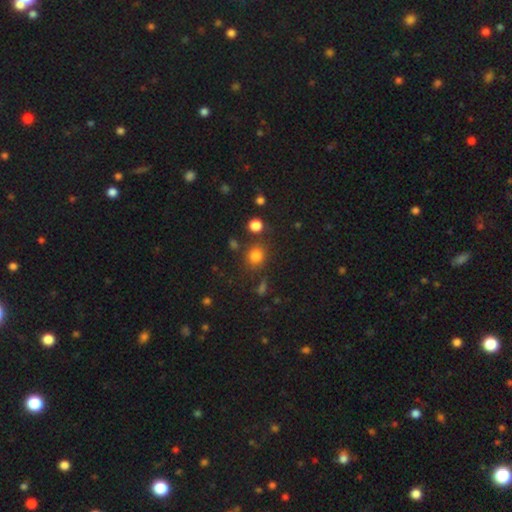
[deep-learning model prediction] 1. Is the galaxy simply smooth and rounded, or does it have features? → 80% smooth, 14% star or artifact, 5% featured or disk.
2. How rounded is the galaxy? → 79% round, 20% in between, 1% cigar-shaped.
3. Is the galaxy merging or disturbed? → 78% none, 11% minor disturbance, 7% merger, 4% major disturbance.